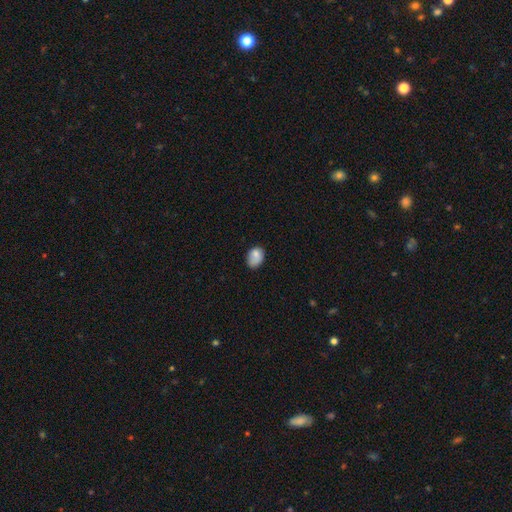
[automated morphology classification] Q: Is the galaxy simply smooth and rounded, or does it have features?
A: smooth — 81%.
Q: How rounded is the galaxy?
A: in between — 75%.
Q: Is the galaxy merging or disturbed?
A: none — 58%.